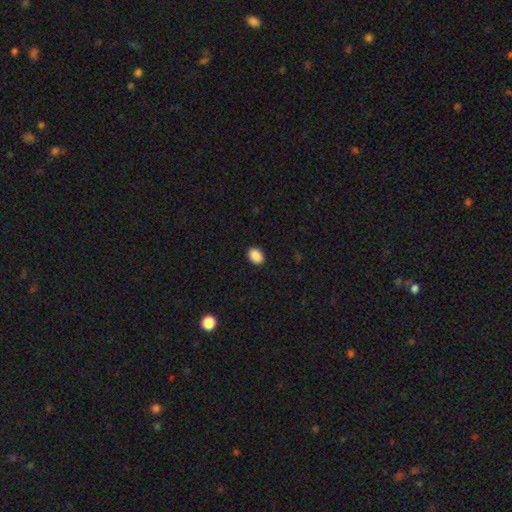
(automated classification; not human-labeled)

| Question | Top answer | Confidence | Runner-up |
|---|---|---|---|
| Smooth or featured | smooth | 90% | star or artifact (8%) |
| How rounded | in between | 68% | round (31%) |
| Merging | none | 90% | minor disturbance (7%) |